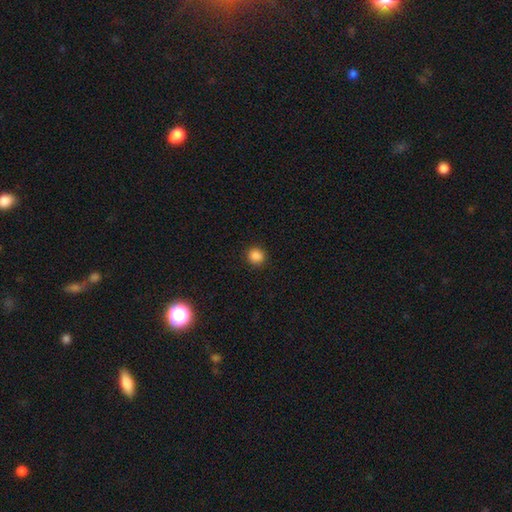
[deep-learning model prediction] Smooth or featured?
  - smooth: 87% *
  - star or artifact: 11%
  - featured or disk: 2%
How rounded?
  - round: 91% *
  - in between: 8%
  - cigar-shaped: 1%
Merging?
  - none: 91% *
  - minor disturbance: 6%
  - major disturbance: 2%
  - merger: 1%